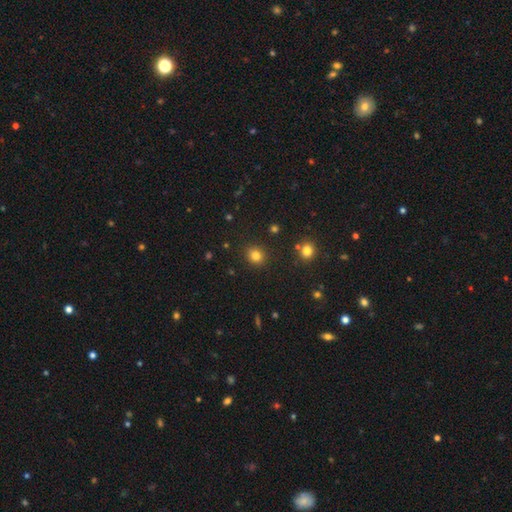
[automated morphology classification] Smooth or featured: smooth — 81% (star or artifact — 14%)
How rounded: round — 80% (in between — 19%)
Merging: none — 89% (minor disturbance — 7%)